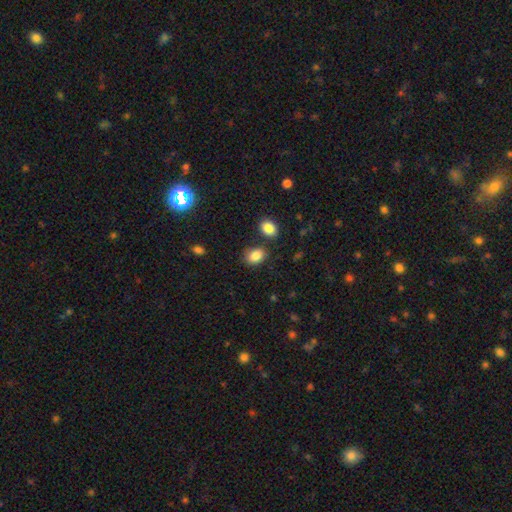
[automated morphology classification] smooth_or_featured: smooth (p=0.85) [alt: star or artifact p=0.09]
how_rounded: in between (p=0.72) [alt: round p=0.27]
merging: none (p=0.75) [alt: minor disturbance p=0.12]